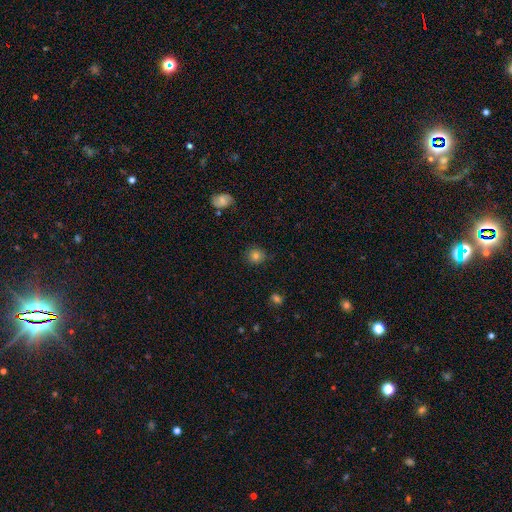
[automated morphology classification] Smooth or featured?
  - smooth: 78% *
  - star or artifact: 13%
  - featured or disk: 9%
How rounded?
  - round: 88% *
  - in between: 11%
  - cigar-shaped: 1%
Merging?
  - none: 84% *
  - minor disturbance: 12%
  - major disturbance: 3%
  - merger: 1%